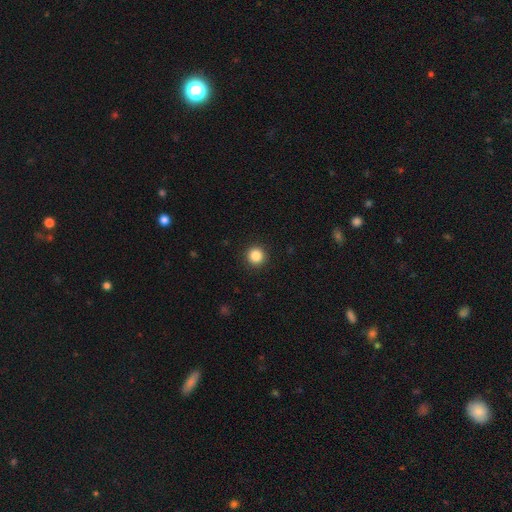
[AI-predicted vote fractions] The model was most divided on "smooth or featured": smooth: 86%, star or artifact: 10%, featured or disk: 3%. More confident: how rounded — round (96%); merging — none (93%).